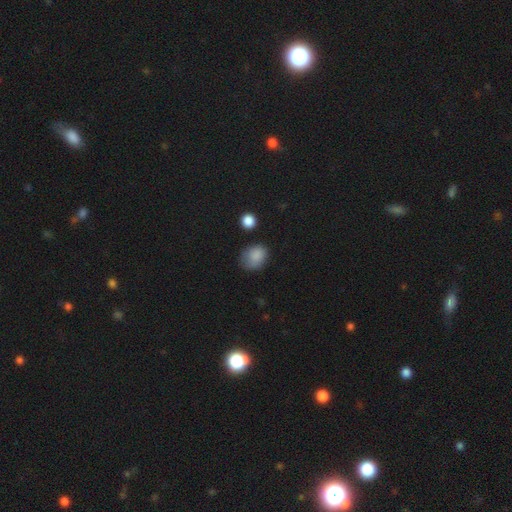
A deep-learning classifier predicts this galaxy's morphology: smooth 85%, star or artifact 10%, featured or disk 6%. Down the decision tree: how rounded — in between (54%); merging — none (61%).